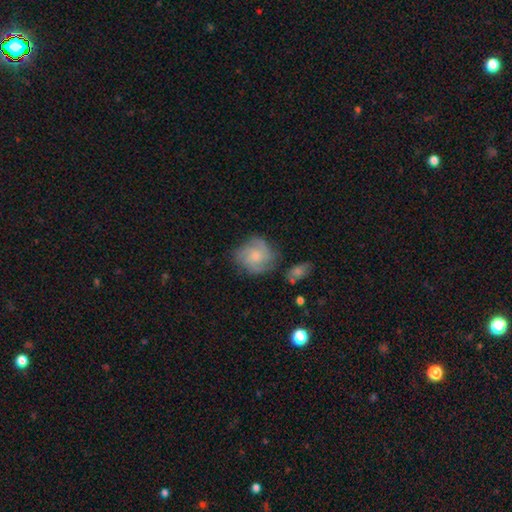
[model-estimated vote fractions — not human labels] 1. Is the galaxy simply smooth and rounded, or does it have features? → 64% featured or disk, 29% smooth, 7% star or artifact.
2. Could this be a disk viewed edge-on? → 98% no, 2% yes.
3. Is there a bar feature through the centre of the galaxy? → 73% no, 24% weak, 3% strong.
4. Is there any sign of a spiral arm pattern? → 91% yes, 9% no.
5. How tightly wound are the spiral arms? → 48% tight, 40% medium, 12% loose.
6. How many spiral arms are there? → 40% 3, 21% can't tell, 16% 2, 13% 4, 4% 1, 4% more than 4.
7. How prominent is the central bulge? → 46% small, 40% moderate, 9% none, 4% large, 1% dominant.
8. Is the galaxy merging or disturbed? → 68% none, 20% minor disturbance, 7% major disturbance, 4% merger.